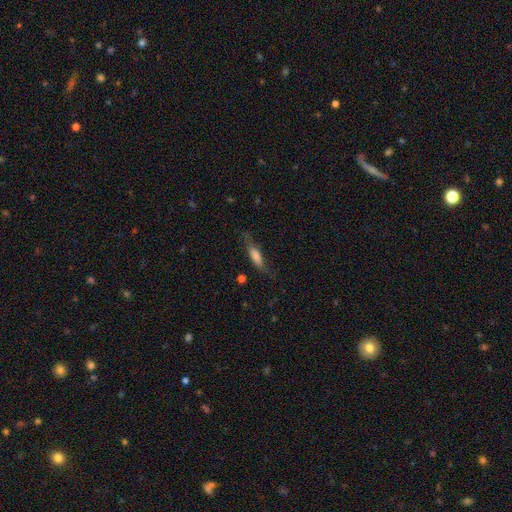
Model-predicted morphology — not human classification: Smooth or featured?
  - smooth: 65% *
  - featured or disk: 27%
  - star or artifact: 8%
How rounded?
  - cigar-shaped: 60% *
  - in between: 37%
  - round: 3%
Merging?
  - none: 63% *
  - minor disturbance: 24%
  - major disturbance: 11%
  - merger: 2%